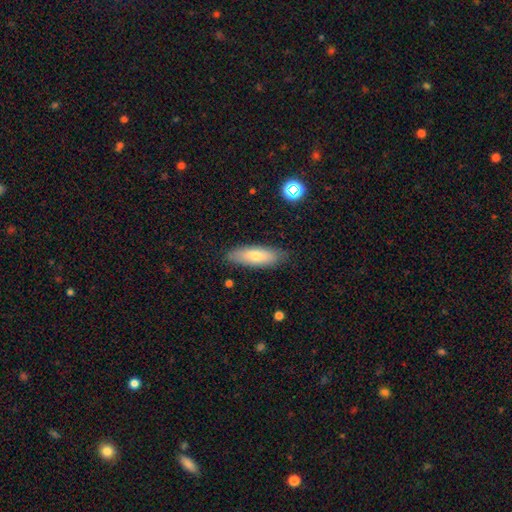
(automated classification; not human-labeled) Smooth or featured?
  - smooth: 71% *
  - featured or disk: 22%
  - star or artifact: 7%
How rounded?
  - in between: 51% *
  - cigar-shaped: 47%
  - round: 2%
Merging?
  - none: 85% *
  - minor disturbance: 12%
  - major disturbance: 2%
  - merger: 1%